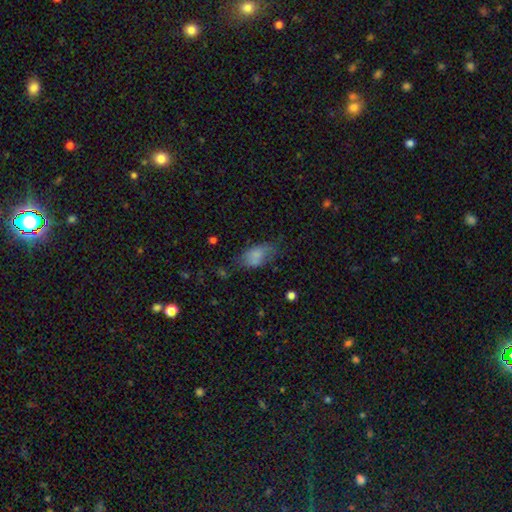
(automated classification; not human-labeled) Morphology: type=smooth (76%); roundness=in between (90%); merging=none (50%).